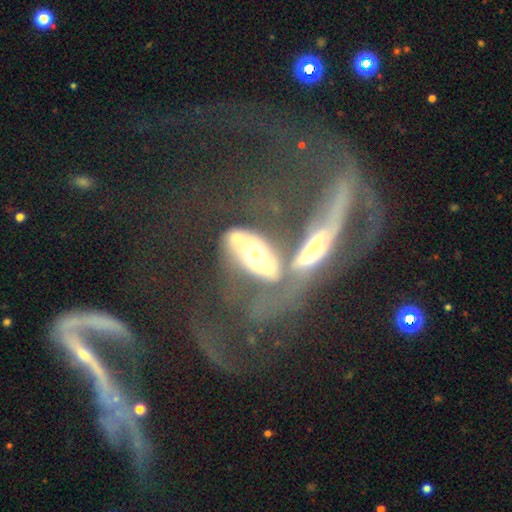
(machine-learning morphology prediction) A featured or disk galaxy (64%) with no bar (68%), spiral arms (56%) and a moderate central bulge (57%).

Vote fractions:
- Smooth or featured? featured or disk: 64% / smooth: 27% / star or artifact: 9%
- Edge-on disk? no: 81% / yes: 19%
- Bar? no: 68% / weak: 18% / strong: 14%
- Spiral arms? yes: 56% / no: 44%
- Bulge size? moderate: 57% / large: 26% / small: 12% / dominant: 3% / none: 3%
- Merging? merger: 60% / major disturbance: 20% / none: 12% / minor disturbance: 7%